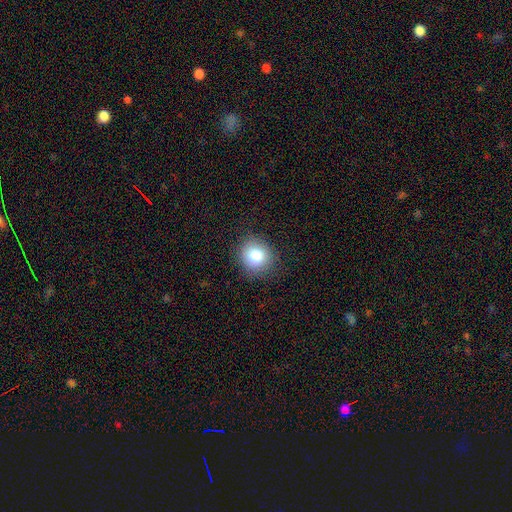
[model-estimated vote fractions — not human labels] Overall: smooth (83%). How rounded: round (85%). Merging: none (86%).